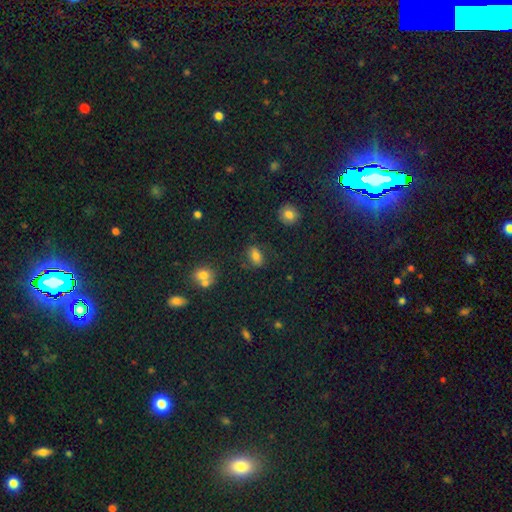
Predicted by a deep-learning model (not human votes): The model was most divided on "merging": none: 75%, minor disturbance: 15%, major disturbance: 6%, merger: 4%. More confident: how rounded — in between (81%); smooth or featured — smooth (76%).